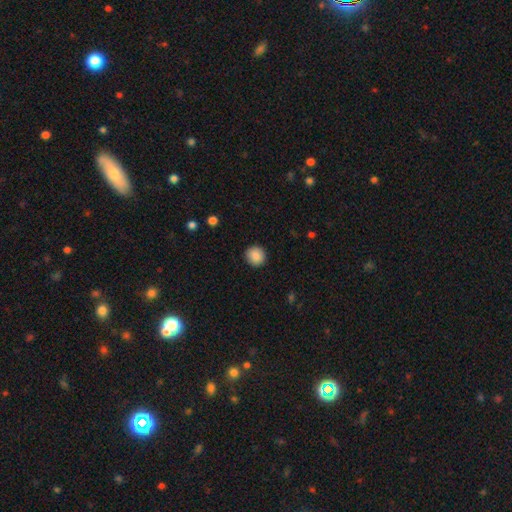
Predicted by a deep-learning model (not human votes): Smooth or featured? smooth (88%)
How rounded? round (90%)
Merging? none (91%)